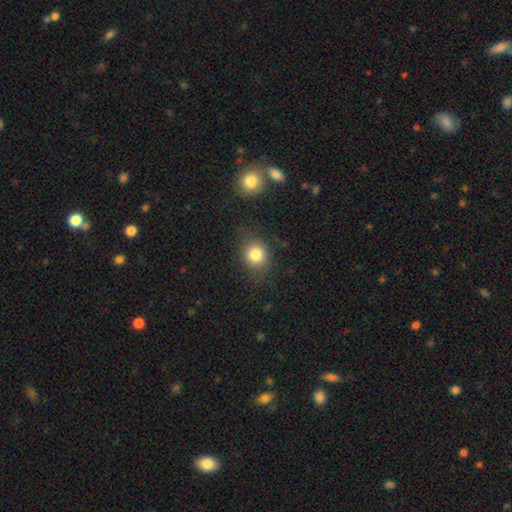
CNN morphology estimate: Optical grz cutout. It shows a smooth galaxy with no disk features (67%) that is round (73%). Merging: none (84%).